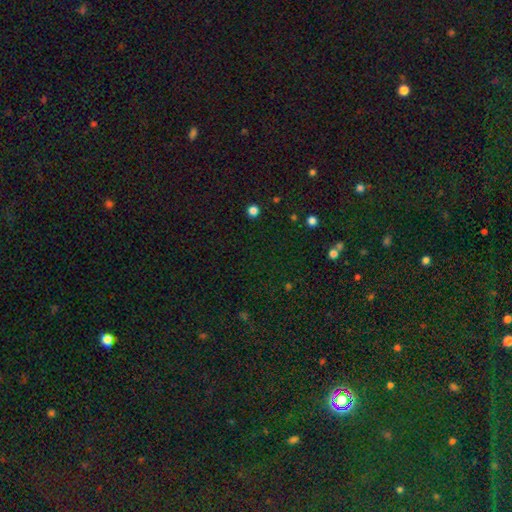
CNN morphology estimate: smooth-or-featured: star or artifact: 74% | smooth: 18% | featured or disk: 8%